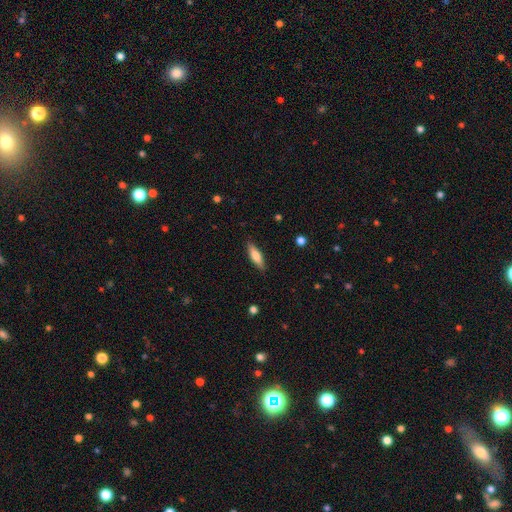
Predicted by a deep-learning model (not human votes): Overall: smooth (67%; featured or disk 27%). How rounded: cigar-shaped (57%; in between 41%). Merging: none (88%).